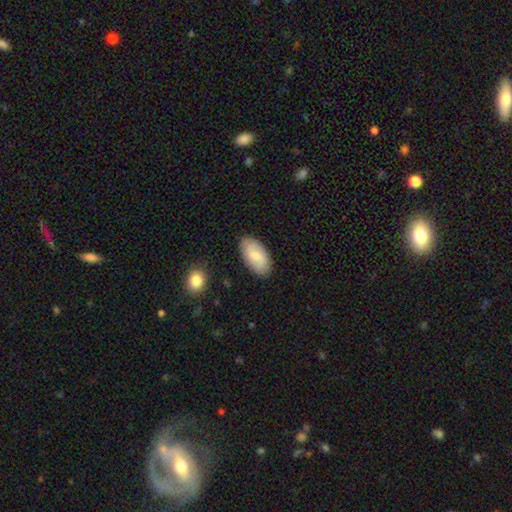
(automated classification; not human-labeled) The model was most divided on "smooth or featured": smooth: 66%, featured or disk: 28%, star or artifact: 6%. More confident: how rounded — in between (95%); merging — none (84%).